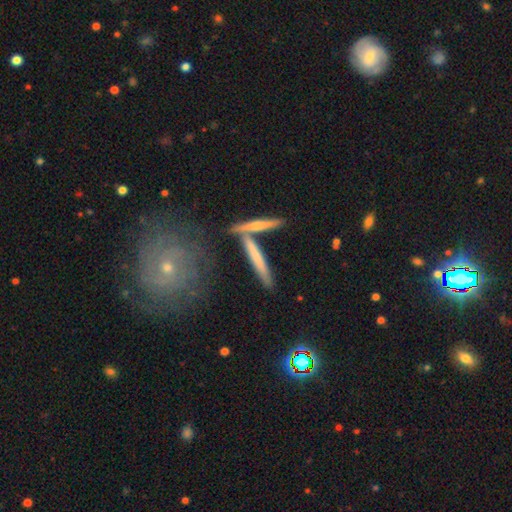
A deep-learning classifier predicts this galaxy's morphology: A smooth galaxy with no disk features (52%) that is cigar-shaped (89%).

Vote fractions:
- Smooth or featured? smooth: 52% / featured or disk: 40% / star or artifact: 8%
- How rounded? cigar-shaped: 89% / in between: 8% / round: 3%
- Merging? none: 67% / merger: 20% / minor disturbance: 10% / major disturbance: 3%